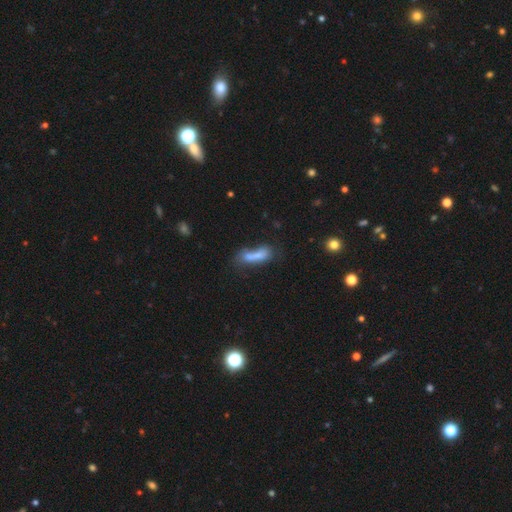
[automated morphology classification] A smooth galaxy with no disk features (69%) that is cigar-shaped (50%).

Vote fractions:
- Smooth or featured? smooth: 69% / featured or disk: 20% / star or artifact: 10%
- How rounded? cigar-shaped: 50% / in between: 47% / round: 4%
- Merging? none: 33% / merger: 32% / minor disturbance: 18% / major disturbance: 17%